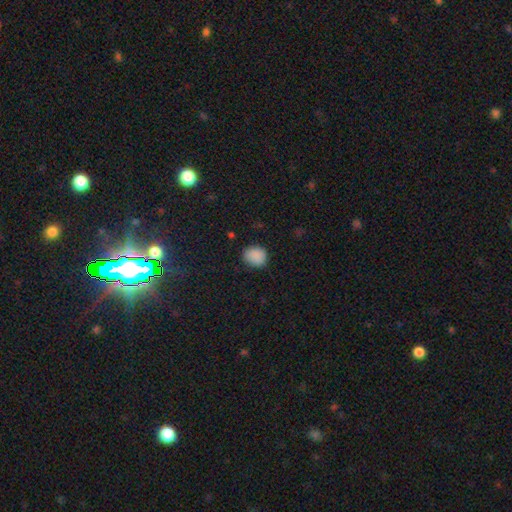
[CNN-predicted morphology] Smooth or featured?
  - smooth: 87% *
  - star or artifact: 9%
  - featured or disk: 4%
How rounded?
  - round: 63% *
  - in between: 36%
  - cigar-shaped: 1%
Merging?
  - none: 80% *
  - minor disturbance: 16%
  - major disturbance: 3%
  - merger: 1%